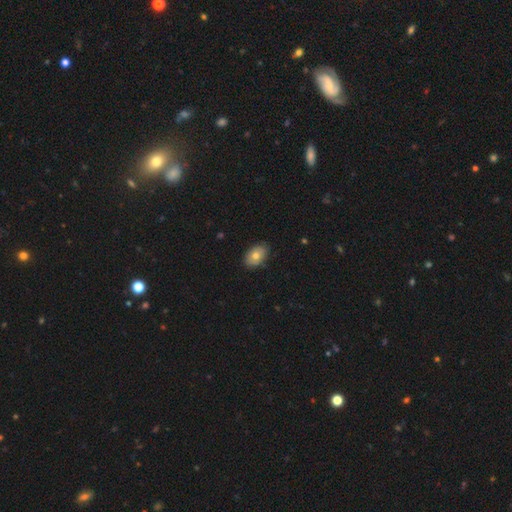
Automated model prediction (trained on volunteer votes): This appears to be a smooth galaxy with no disk features (69%) that is in between round and cigar-shaped (87%). Merging: none (83%).